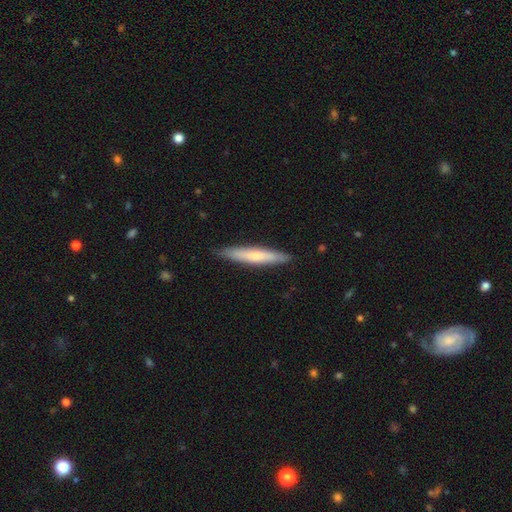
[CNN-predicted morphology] Overall: smooth (62%; featured or disk 32%). How rounded: cigar-shaped (93%). Merging: none (89%).